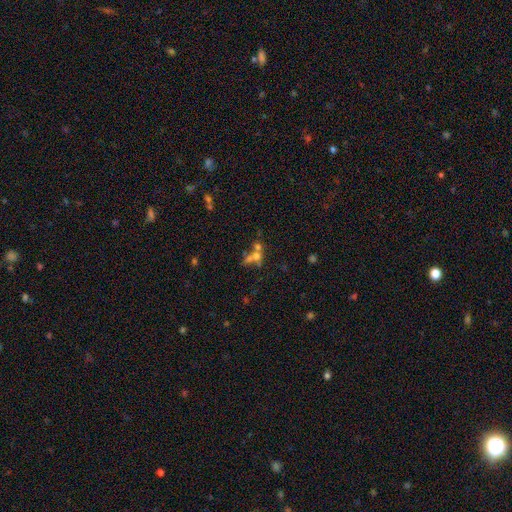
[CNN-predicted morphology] smooth_or_featured: smooth (p=0.48) [alt: featured or disk p=0.30]
merging: merger (p=0.55) [alt: none p=0.30]